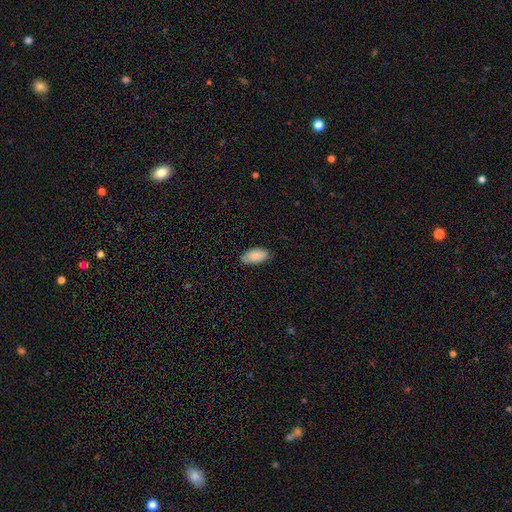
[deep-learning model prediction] Smooth or featured? smooth (88%)
How rounded? in between (93%)
Merging? none (80%)